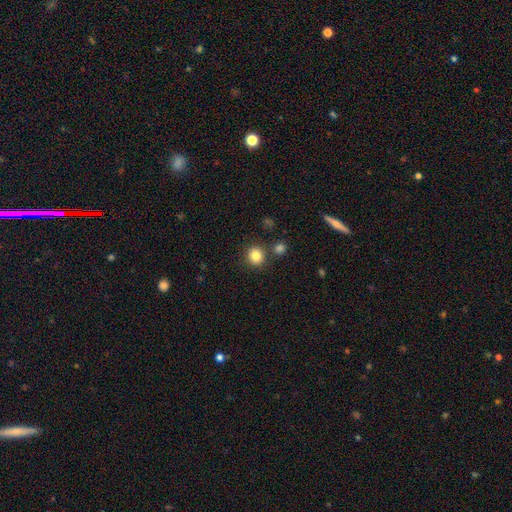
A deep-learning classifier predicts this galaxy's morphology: The model was most divided on "smooth or featured": smooth: 84%, star or artifact: 11%, featured or disk: 5%. More confident: how rounded — round (87%); merging — none (82%).